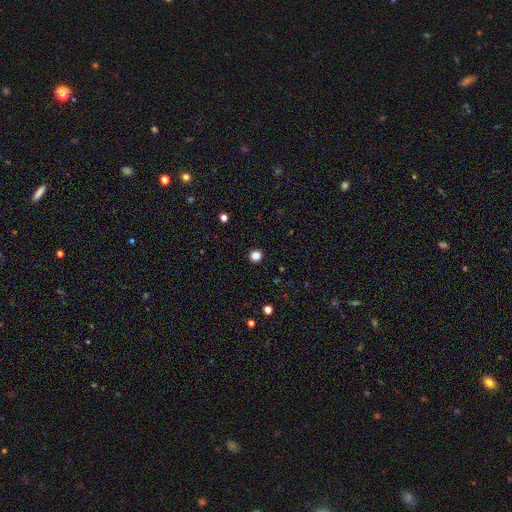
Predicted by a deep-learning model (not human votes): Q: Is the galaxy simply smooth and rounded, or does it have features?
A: smooth — 84%.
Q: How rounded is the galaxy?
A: round — 94%.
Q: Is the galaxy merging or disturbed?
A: none — 93%.